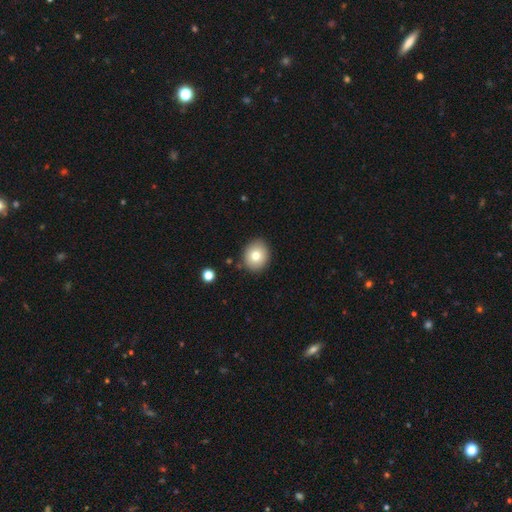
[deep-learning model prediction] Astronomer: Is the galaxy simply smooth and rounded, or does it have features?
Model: smooth — 76%.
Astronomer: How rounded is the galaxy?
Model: round — 75%.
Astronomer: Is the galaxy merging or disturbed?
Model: none — 87%.